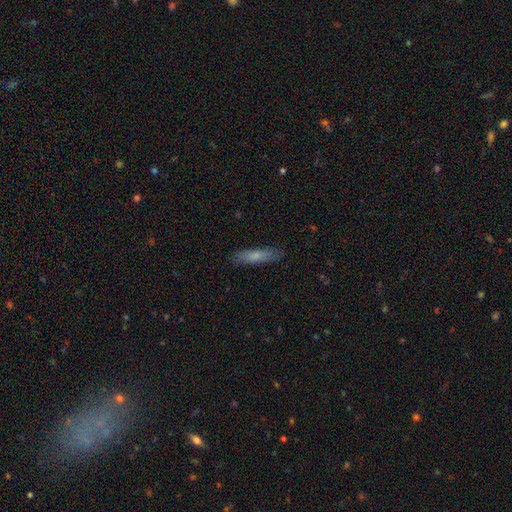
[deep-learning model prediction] The model was most divided on "smooth or featured": smooth: 72%, featured or disk: 22%, star or artifact: 6%. More confident: merging — none (84%); how rounded — cigar-shaped (78%).